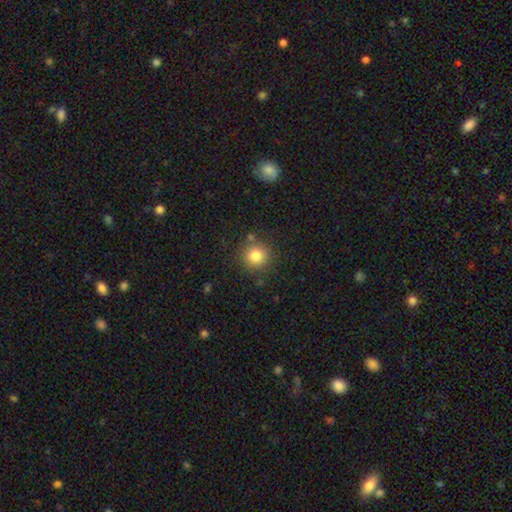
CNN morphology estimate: A smooth galaxy with no disk features (81%) that is round (94%). Merging: none (85%).